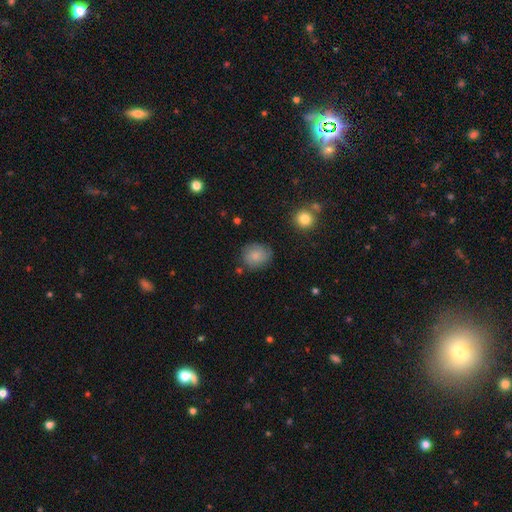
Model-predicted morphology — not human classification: Smooth or featured: smooth — 78% (featured or disk — 14%)
How rounded: round — 77% (in between — 22%)
Merging: none — 77% (minor disturbance — 17%)